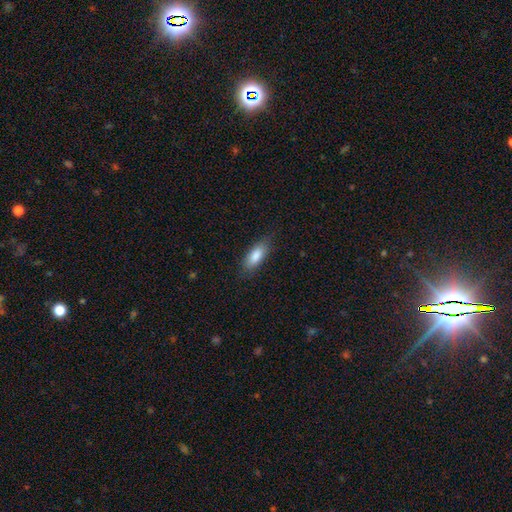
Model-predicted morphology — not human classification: Q: Smooth or featured?
A: smooth (84%); runner-up: featured or disk (10%)
Q: How rounded?
A: in between (75%); runner-up: cigar-shaped (23%)
Q: Merging?
A: none (81%); runner-up: minor disturbance (14%)